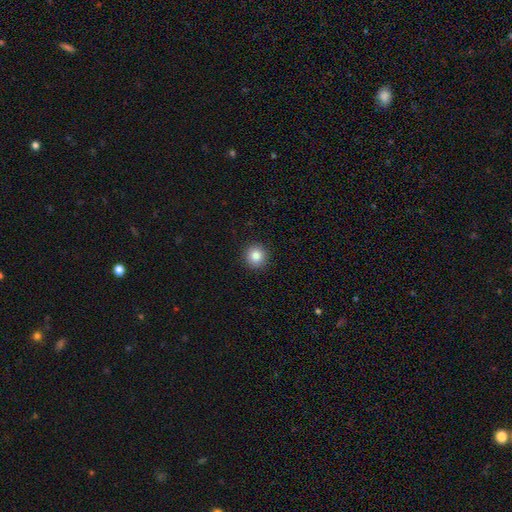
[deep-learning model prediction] Overall: smooth (85%). How rounded: round (94%). Merging: none (92%).